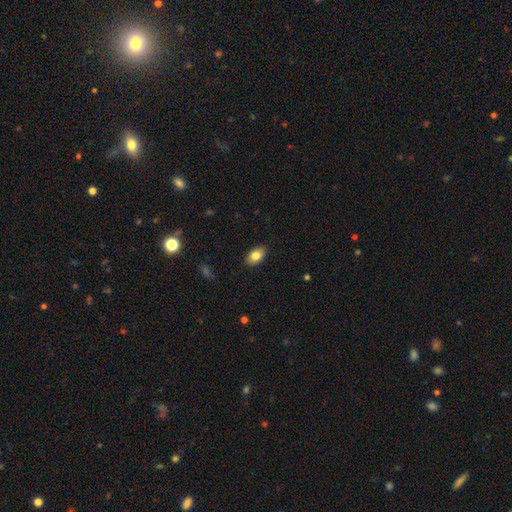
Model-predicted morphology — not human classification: Smooth or featured? smooth (82%)
How rounded? in between (91%)
Merging? none (89%)